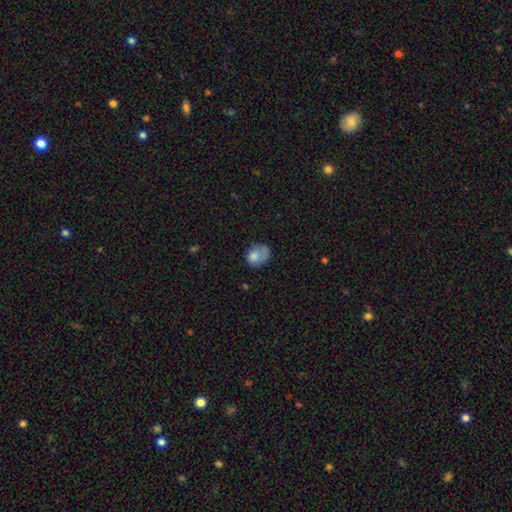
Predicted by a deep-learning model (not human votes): Smooth or featured? smooth (77%)
How rounded? in between (59%)
Merging? none (37%)